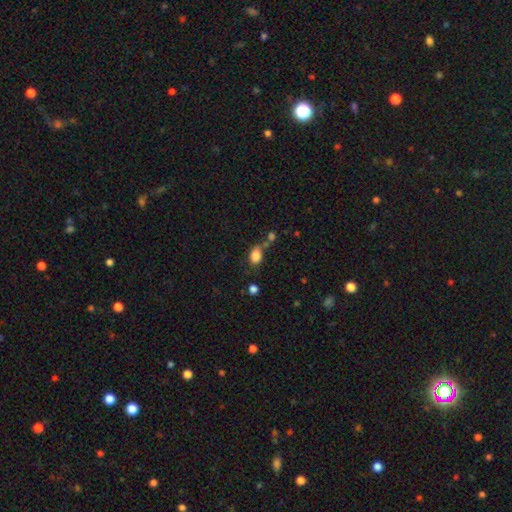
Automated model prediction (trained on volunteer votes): Smooth or featured: smooth — 84% (star or artifact — 10%)
How rounded: in between — 81% (round — 18%)
Merging: none — 50% (merger — 22%)